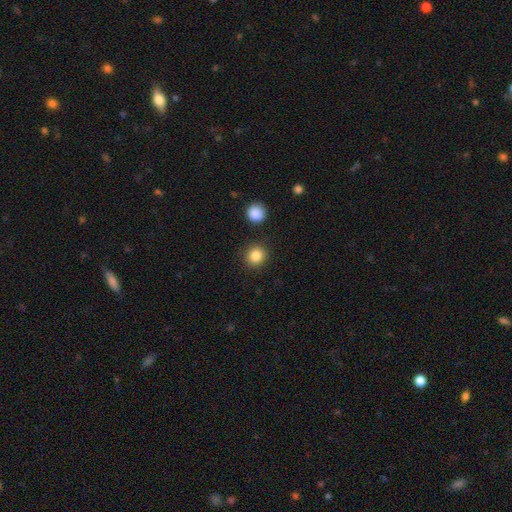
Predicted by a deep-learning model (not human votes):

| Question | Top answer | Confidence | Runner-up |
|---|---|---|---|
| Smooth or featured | smooth | 85% | star or artifact (10%) |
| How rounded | round | 90% | in between (9%) |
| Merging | none | 87% | minor disturbance (7%) |